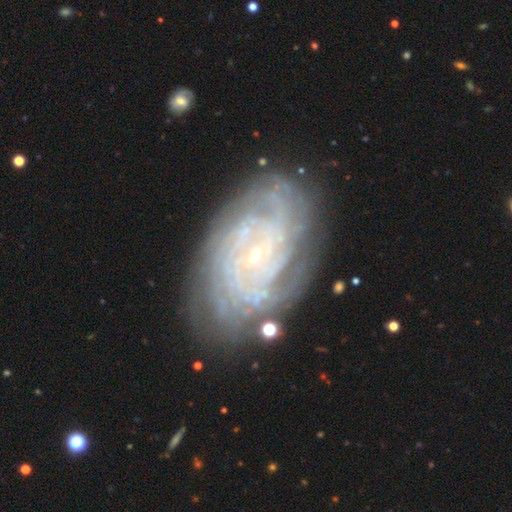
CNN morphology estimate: smooth_or_featured: featured or disk (p=0.86) [alt: smooth p=0.07]
disk_edge_on: no (p=0.96) [alt: yes p=0.04]
bar: no (p=0.71) [alt: weak p=0.22]
has_spiral_arms: yes (p=0.96) [alt: no p=0.04]
spiral_winding: tight (p=0.80) [alt: medium p=0.17]
spiral_arm_count: can't tell (p=0.32) [alt: more than 4 p=0.21]
bulge_size: small (p=0.85) [alt: moderate p=0.11]
merging: none (p=0.77) [alt: minor disturbance p=0.16]